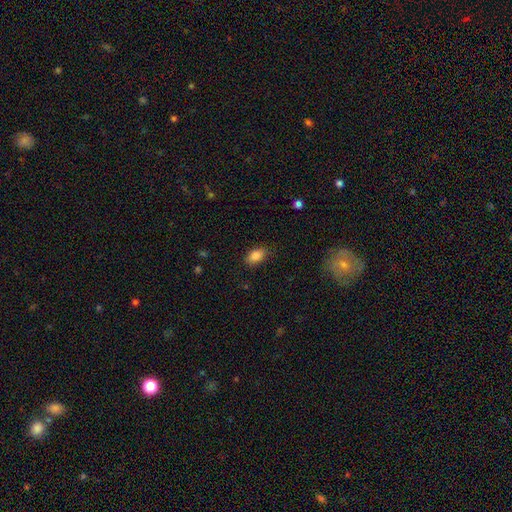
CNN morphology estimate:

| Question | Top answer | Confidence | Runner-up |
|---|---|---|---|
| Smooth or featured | smooth | 86% | star or artifact (8%) |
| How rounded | in between | 88% | round (10%) |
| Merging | none | 81% | minor disturbance (15%) |